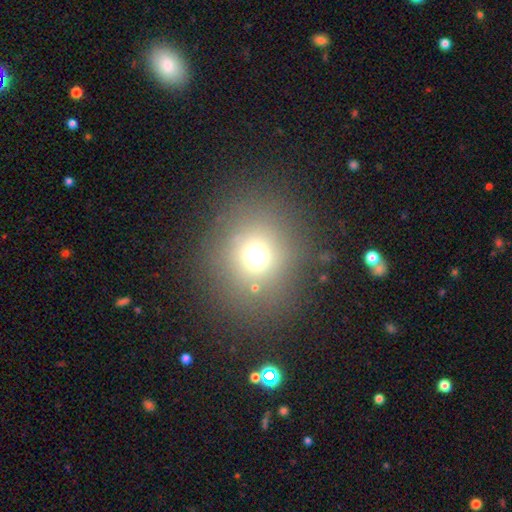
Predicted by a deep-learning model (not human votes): Overall: smooth (66%). How rounded: round (84%). Merging: none (82%).